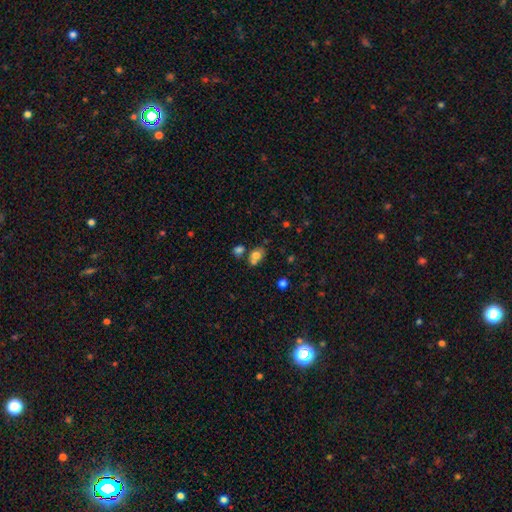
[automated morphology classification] A smooth galaxy with no disk features (70%) that is in between round and cigar-shaped (60%). Merging: none (43%).